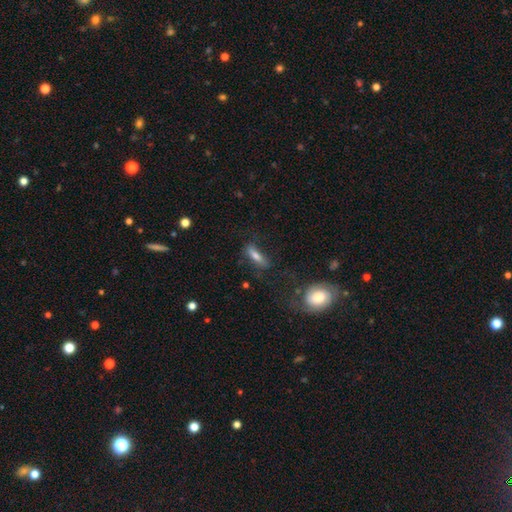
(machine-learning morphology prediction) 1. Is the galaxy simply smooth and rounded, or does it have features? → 62% smooth, 28% featured or disk, 9% star or artifact.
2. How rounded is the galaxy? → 59% cigar-shaped, 37% in between, 4% round.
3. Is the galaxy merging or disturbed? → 66% none, 20% minor disturbance, 11% major disturbance, 4% merger.